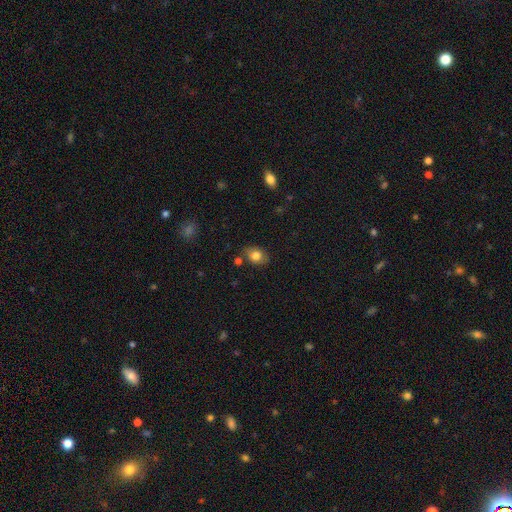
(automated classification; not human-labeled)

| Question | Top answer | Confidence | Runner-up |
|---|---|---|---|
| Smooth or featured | smooth | 79% | featured or disk (12%) |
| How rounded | in between | 71% | round (28%) |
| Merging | none | 77% | minor disturbance (15%) |